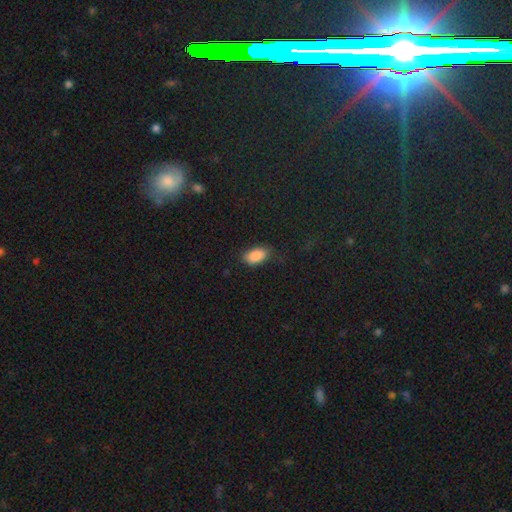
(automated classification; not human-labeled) The model was most divided on "merging": none: 75%, minor disturbance: 18%, major disturbance: 5%, merger: 1%. More confident: how rounded — in between (93%); smooth or featured — smooth (88%).